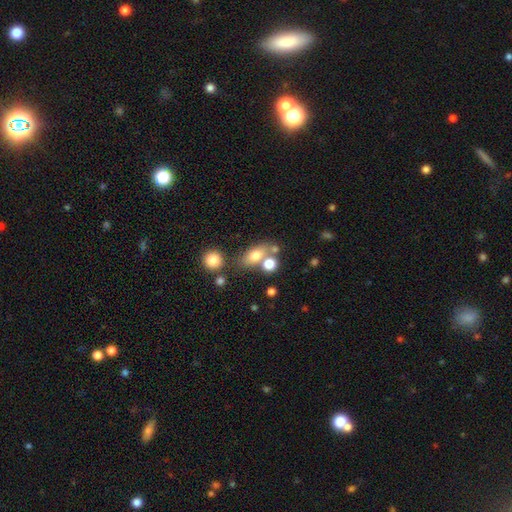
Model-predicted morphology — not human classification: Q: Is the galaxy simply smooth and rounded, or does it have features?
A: smooth — 71%.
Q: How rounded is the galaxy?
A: in between — 70%.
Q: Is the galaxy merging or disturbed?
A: none — 54%.